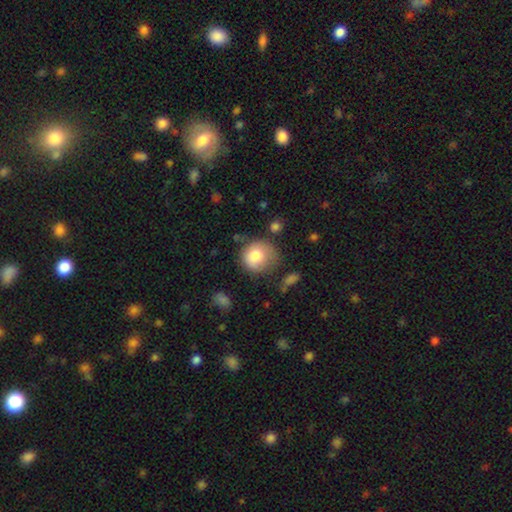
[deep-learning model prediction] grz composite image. It shows a smooth galaxy with no disk features (78%) that is round (84%). Merging: none (56%).